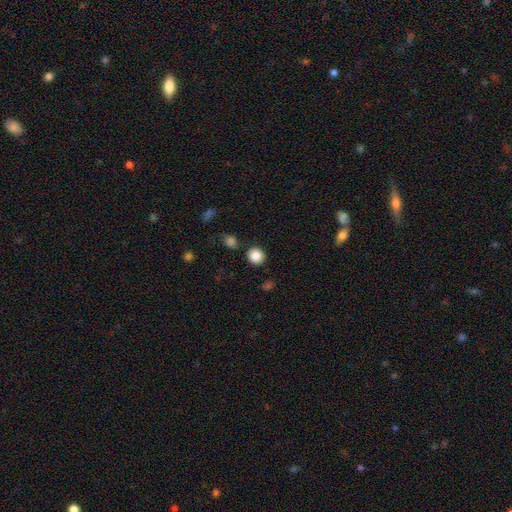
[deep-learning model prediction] This appears to be a smooth galaxy with no disk features (86%) that is round (88%). Merging: none (85%).